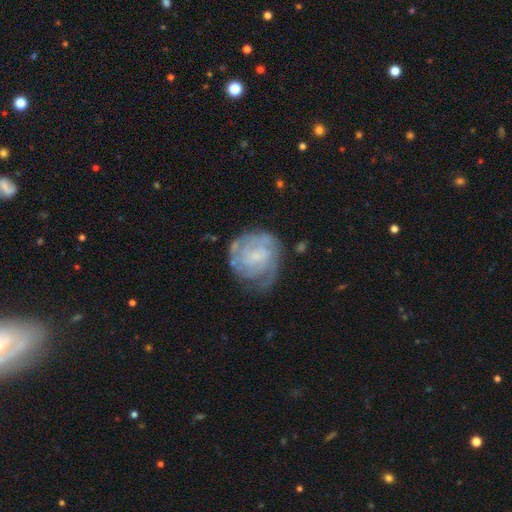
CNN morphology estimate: featured or disk 75%, smooth 18%, star or artifact 7%. Down the decision tree: edge-on disk — no (98%); bar — no (60%); spiral arms — yes (87%); spiral arm count — can't tell (45%); spiral winding — tight (63%); bulge size — small (58%); merging — none (59%).